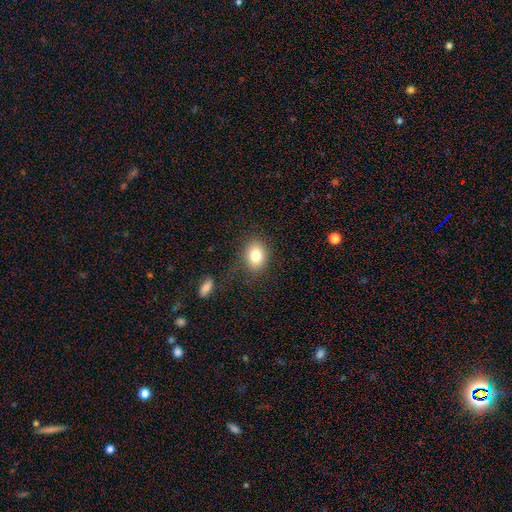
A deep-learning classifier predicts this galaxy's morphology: The model was most divided on "how rounded": in between: 61%, round: 38%, cigar-shaped: 1%. More confident: smooth or featured — smooth (80%); merging — none (79%).